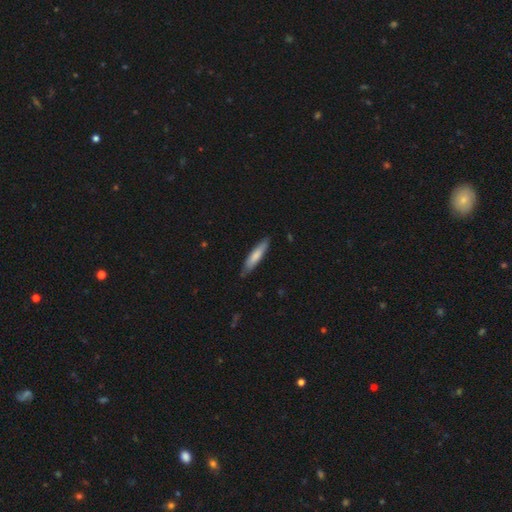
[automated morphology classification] Smooth or featured: smooth — 73% (featured or disk — 22%)
How rounded: cigar-shaped — 82% (in between — 17%)
Merging: none — 81% (minor disturbance — 15%)